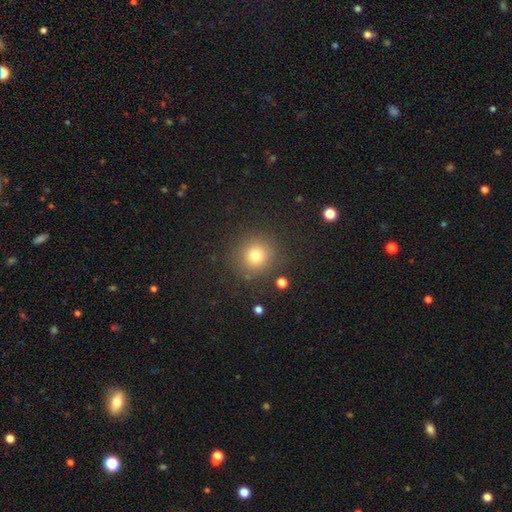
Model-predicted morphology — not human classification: smooth_or_featured: smooth (p=0.76) [alt: star or artifact p=0.16]
how_rounded: round (p=0.92) [alt: in between p=0.07]
merging: none (p=0.87) [alt: minor disturbance p=0.08]